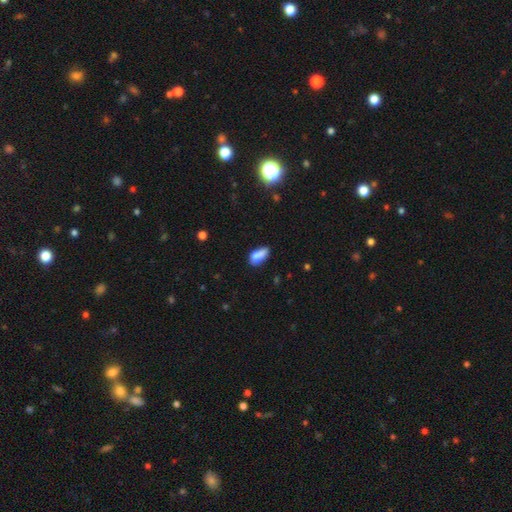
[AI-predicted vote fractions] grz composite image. It shows a smooth galaxy with no disk features (74%) that is in between round and cigar-shaped (83%). Merging: none (37%).